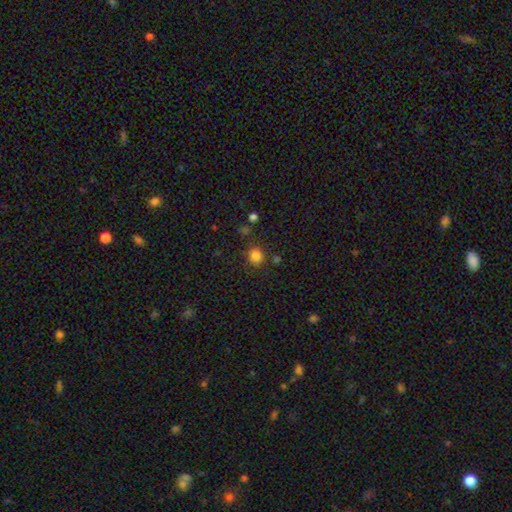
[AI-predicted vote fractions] The model was most divided on "how rounded": round: 84%, in between: 15%, cigar-shaped: 1%. More confident: smooth or featured — smooth (83%); merging — none (81%).